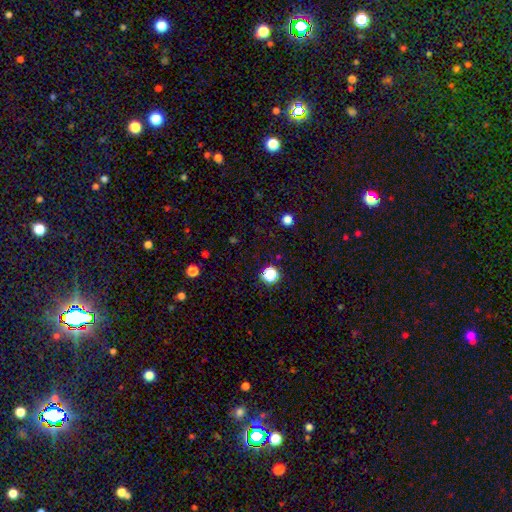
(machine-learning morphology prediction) Smooth or featured: star or artifact — 52% (smooth — 41%)